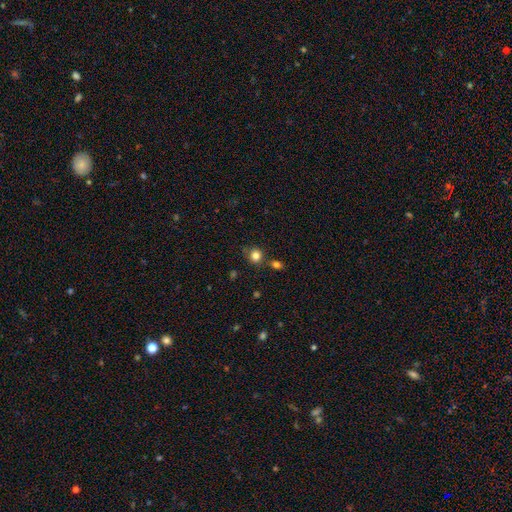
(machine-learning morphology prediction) Smooth or featured? Predicted: smooth (p=0.82). How rounded? Predicted: round (p=0.86). Merging? Predicted: none (p=0.76).